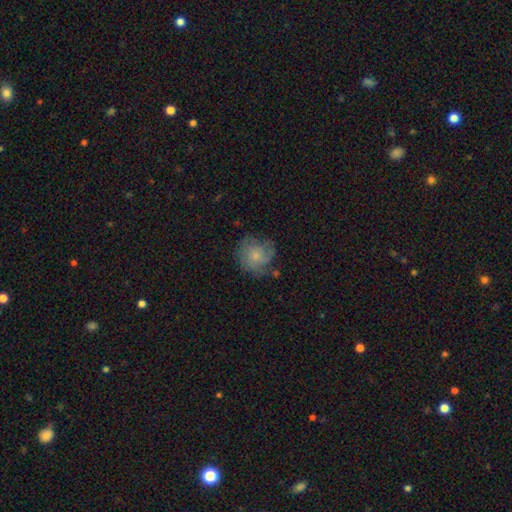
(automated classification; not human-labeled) A smooth galaxy with no disk features (47%).

Vote fractions:
- Smooth or featured? smooth: 47% / featured or disk: 44% / star or artifact: 9%
- Merging? none: 63% / minor disturbance: 23% / major disturbance: 12% / merger: 2%